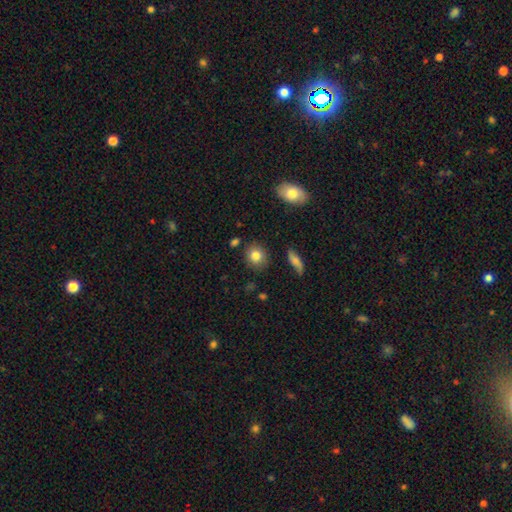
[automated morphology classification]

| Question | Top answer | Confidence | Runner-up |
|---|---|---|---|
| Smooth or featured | smooth | 82% | star or artifact (9%) |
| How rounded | round | 72% | in between (26%) |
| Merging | none | 86% | minor disturbance (9%) |